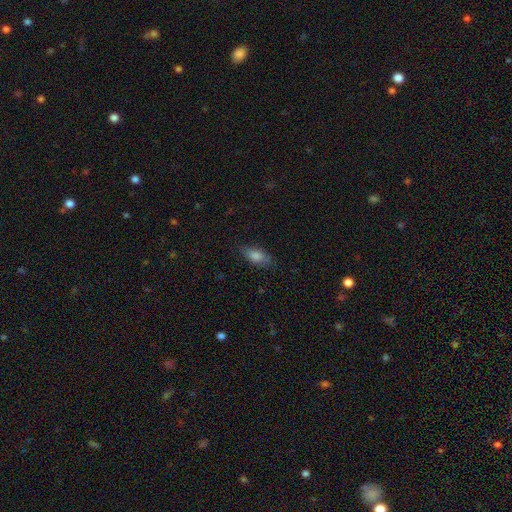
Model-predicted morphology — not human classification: Smooth or featured? Predicted: smooth (p=0.80). How rounded? Predicted: in between (p=0.85). Merging? Predicted: none (p=0.75).